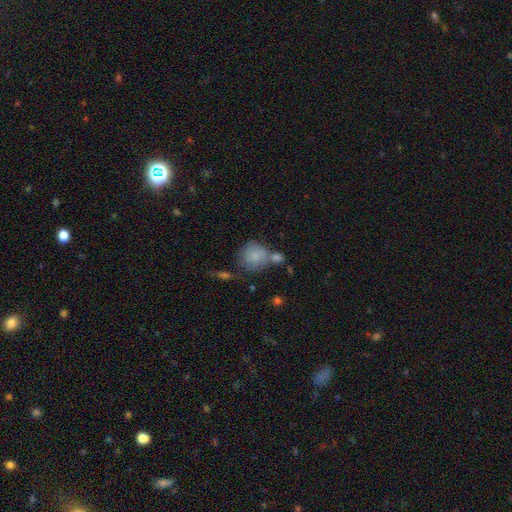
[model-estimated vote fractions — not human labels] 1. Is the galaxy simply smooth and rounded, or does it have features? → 80% smooth, 12% featured or disk, 8% star or artifact.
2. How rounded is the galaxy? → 82% round, 17% in between, 1% cigar-shaped.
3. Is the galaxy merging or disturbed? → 47% none, 29% merger, 17% minor disturbance, 8% major disturbance.